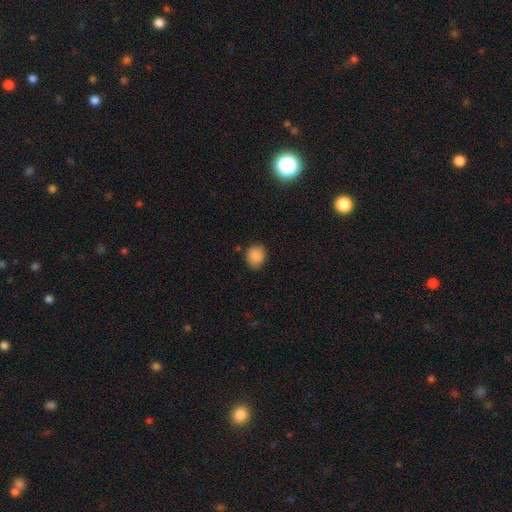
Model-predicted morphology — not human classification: smooth-or-featured: smooth: 87% | star or artifact: 8% | featured or disk: 4%
  how-rounded: round: 63% | in between: 36% | cigar-shaped: 1%
  merging: none: 81% | minor disturbance: 14% | major disturbance: 3% | merger: 2%